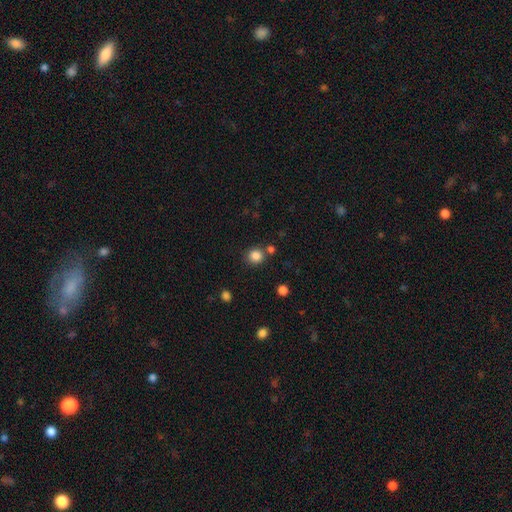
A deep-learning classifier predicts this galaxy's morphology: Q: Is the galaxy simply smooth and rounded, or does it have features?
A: smooth — 84%.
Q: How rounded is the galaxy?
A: round — 86%.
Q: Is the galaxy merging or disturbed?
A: none — 77%.